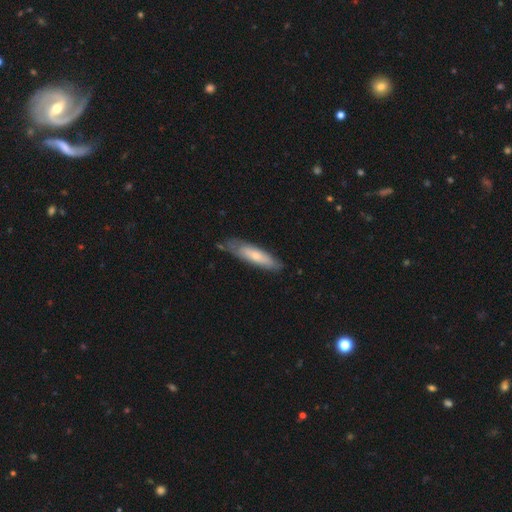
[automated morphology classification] smooth 60%, featured or disk 34%, star or artifact 5%. Down the decision tree: how rounded — cigar-shaped (71%); merging — none (68%).